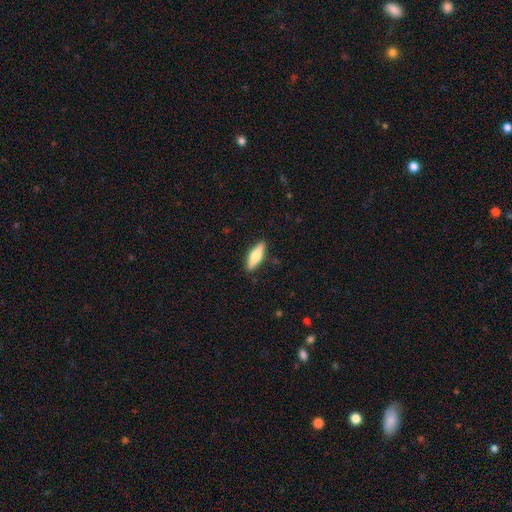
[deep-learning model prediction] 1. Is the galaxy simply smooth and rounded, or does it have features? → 55% smooth, 39% featured or disk, 6% star or artifact.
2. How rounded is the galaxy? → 50% cigar-shaped, 48% in between, 2% round.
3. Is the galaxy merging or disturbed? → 88% none, 9% minor disturbance, 2% major disturbance, 1% merger.